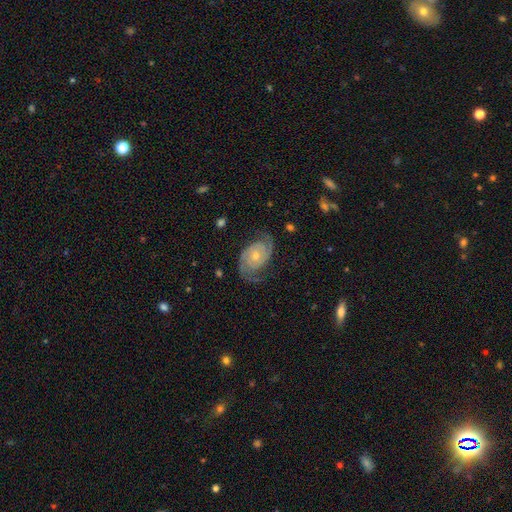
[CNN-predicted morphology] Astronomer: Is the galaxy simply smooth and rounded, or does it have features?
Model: featured or disk — 90%.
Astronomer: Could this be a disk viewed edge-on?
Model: no — 97%.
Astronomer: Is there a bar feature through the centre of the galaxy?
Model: no — 72%.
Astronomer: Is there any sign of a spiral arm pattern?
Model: yes — 98%.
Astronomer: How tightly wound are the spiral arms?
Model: tight — 51% (runner-up: medium, 39%).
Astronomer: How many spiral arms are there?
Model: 2 — 90%.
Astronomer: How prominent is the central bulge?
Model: small — 50% (runner-up: moderate, 45%).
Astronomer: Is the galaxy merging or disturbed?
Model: none — 77%.